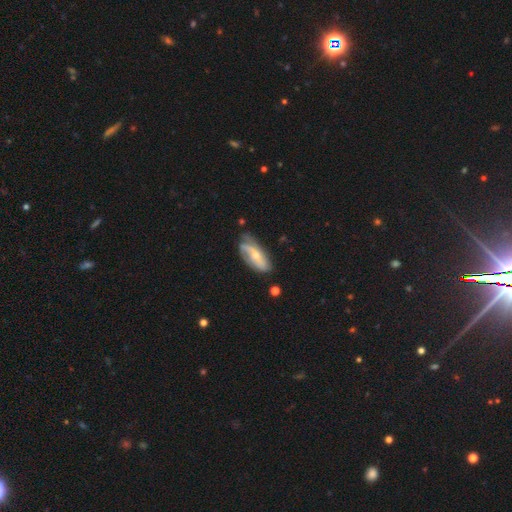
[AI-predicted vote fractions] smooth_or_featured: featured or disk (p=0.61) [alt: smooth p=0.33]
disk_edge_on: no (p=0.83) [alt: yes p=0.17]
bar: no (p=0.56) [alt: weak p=0.28]
has_spiral_arms: yes (p=0.77) [alt: no p=0.23]
bulge_size: small (p=0.48) [tied with: moderate p=0.48]
merging: none (p=0.55) [alt: minor disturbance p=0.31]